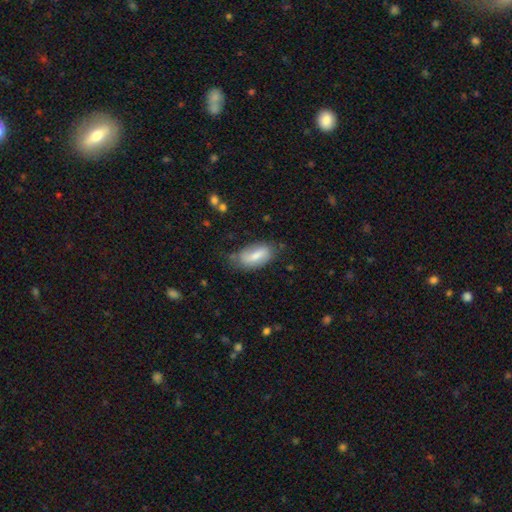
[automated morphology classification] A smooth galaxy with no disk features (69%) that is in between round and cigar-shaped (89%). Merging: none (64%).